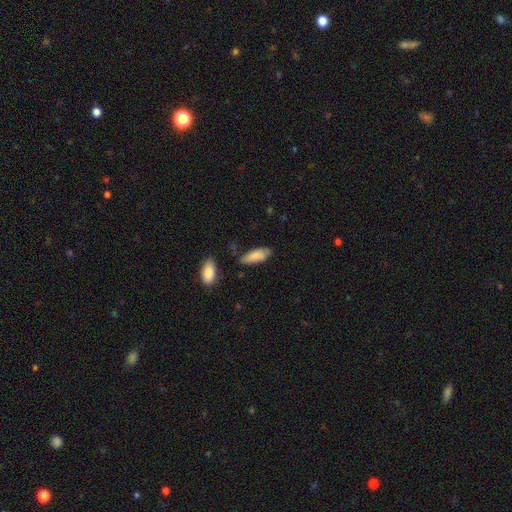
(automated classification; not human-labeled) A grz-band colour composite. It shows a smooth galaxy with no disk features (81%) that is in between round and cigar-shaped (69%). Merging: none (62%).